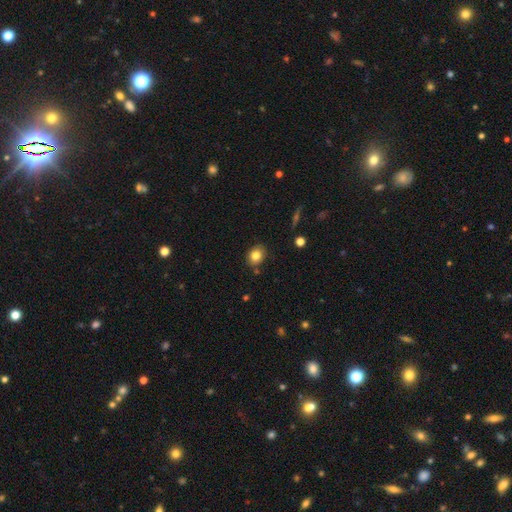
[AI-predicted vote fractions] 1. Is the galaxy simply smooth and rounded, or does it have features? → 81% smooth, 10% star or artifact, 9% featured or disk.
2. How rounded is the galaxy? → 57% round, 42% in between, 1% cigar-shaped.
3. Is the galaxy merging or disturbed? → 83% none, 11% minor disturbance, 3% merger, 2% major disturbance.